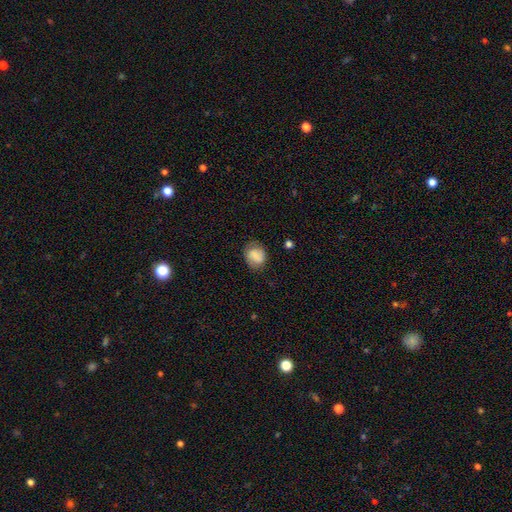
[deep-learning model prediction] smooth-or-featured: smooth: 74% | featured or disk: 17% | star or artifact: 9%
  how-rounded: round: 54% | in between: 45% | cigar-shaped: 1%
  merging: none: 71% | minor disturbance: 21% | major disturbance: 7% | merger: 2%